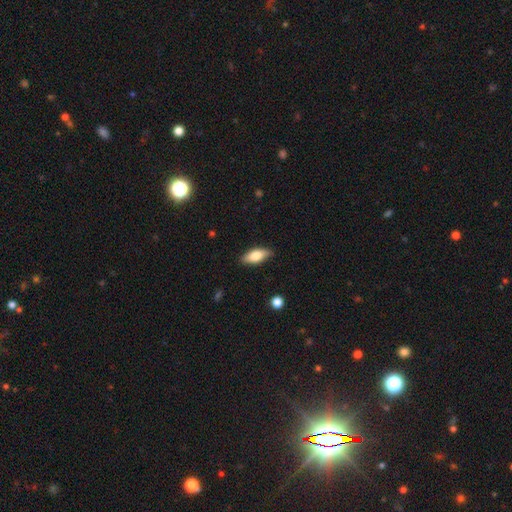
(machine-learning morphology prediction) Smooth or featured: smooth — 76% (featured or disk — 18%)
How rounded: in between — 79% (cigar-shaped — 18%)
Merging: none — 85% (minor disturbance — 11%)